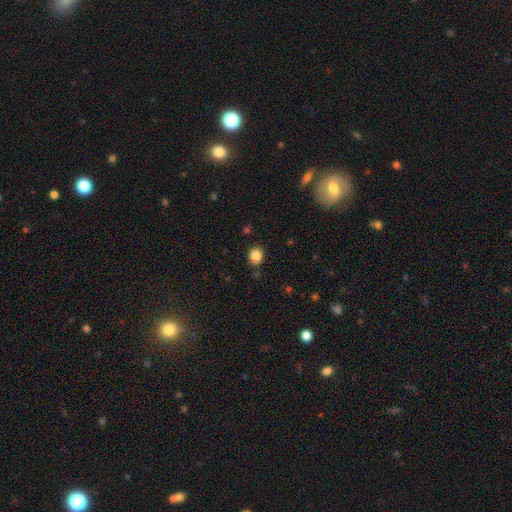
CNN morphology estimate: Smooth or featured?
  - smooth: 85% *
  - star or artifact: 10%
  - featured or disk: 4%
How rounded?
  - round: 72% *
  - in between: 27%
  - cigar-shaped: 1%
Merging?
  - none: 86% *
  - minor disturbance: 9%
  - major disturbance: 3%
  - merger: 2%